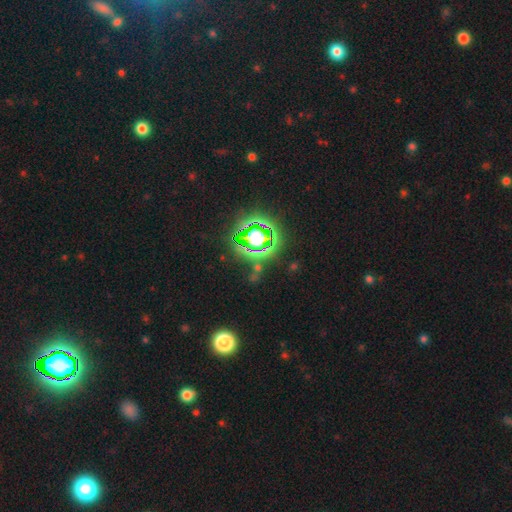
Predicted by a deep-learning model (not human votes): Smooth or featured: star or artifact — 82% (smooth — 12%)